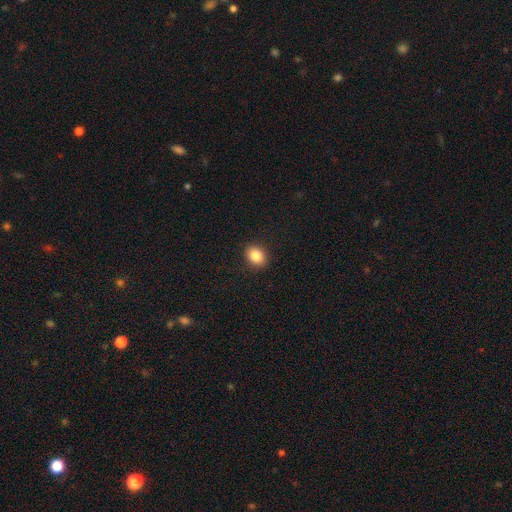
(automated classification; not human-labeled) This is clearly a smooth galaxy (85%). How rounded: possibly in between (53%). Merging: clearly none (90%).